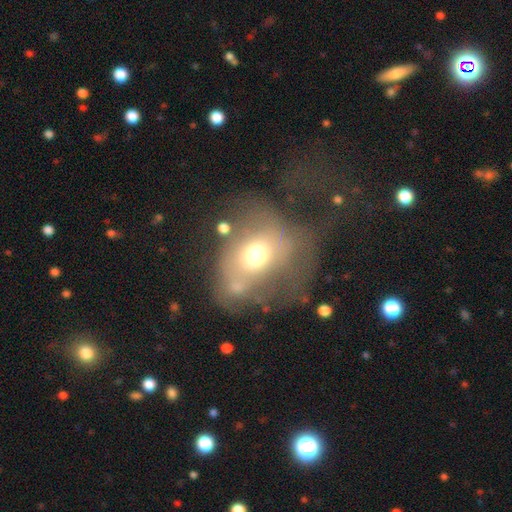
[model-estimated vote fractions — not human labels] smooth 52%, featured or disk 36%, star or artifact 12%. Down the decision tree: how rounded — in between (51%); merging — major disturbance (45%).